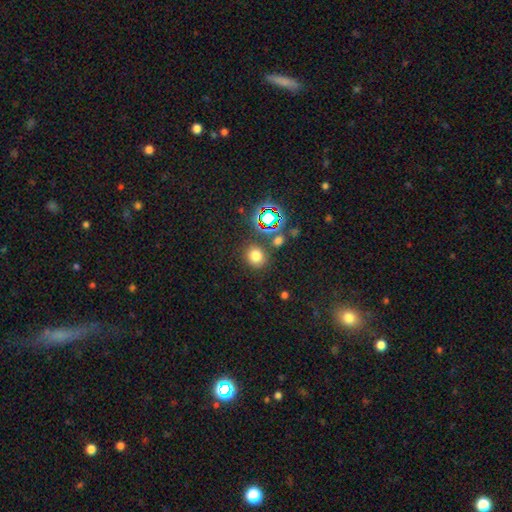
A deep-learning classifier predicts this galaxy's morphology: This appears to be a smooth galaxy with no disk features (69%) that is round (81%). Merging: none (80%).